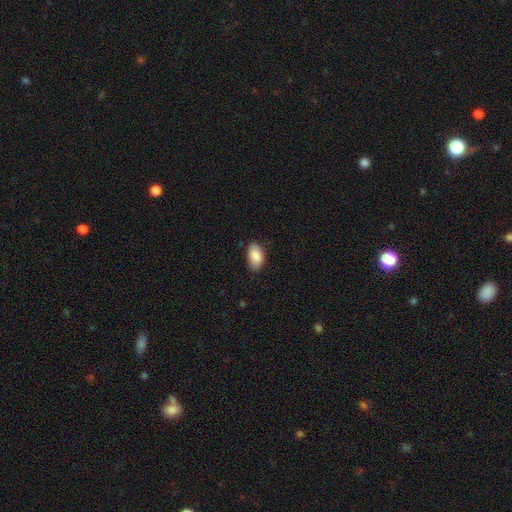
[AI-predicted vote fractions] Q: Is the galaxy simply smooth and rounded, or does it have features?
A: smooth — 88%.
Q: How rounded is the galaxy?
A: in between — 94%.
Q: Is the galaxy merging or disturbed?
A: none — 81%.